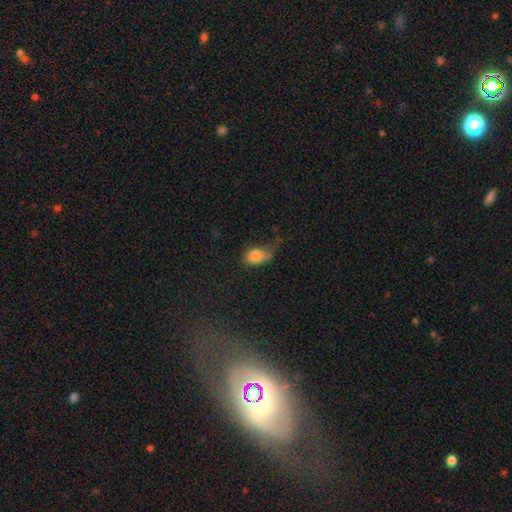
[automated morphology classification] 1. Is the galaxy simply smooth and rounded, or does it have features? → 80% smooth, 10% star or artifact, 9% featured or disk.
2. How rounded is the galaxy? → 71% in between, 26% round, 3% cigar-shaped.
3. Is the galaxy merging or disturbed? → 35% minor disturbance, 30% major disturbance, 29% none, 6% merger.